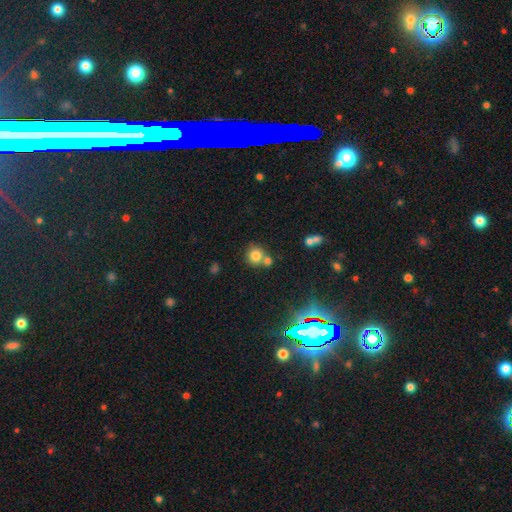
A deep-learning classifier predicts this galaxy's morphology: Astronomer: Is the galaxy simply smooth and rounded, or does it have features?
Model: smooth — 78%.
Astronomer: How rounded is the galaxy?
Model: round — 89%.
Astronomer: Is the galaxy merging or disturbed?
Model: none — 57%.